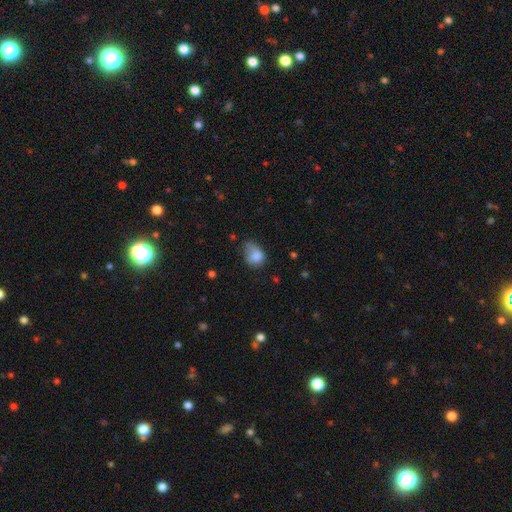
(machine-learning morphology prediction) smooth-or-featured: smooth: 79% | featured or disk: 12% | star or artifact: 10%
  how-rounded: in between: 59% | round: 40% | cigar-shaped: 1%
  merging: minor disturbance: 42% | none: 29% | major disturbance: 24% | merger: 6%